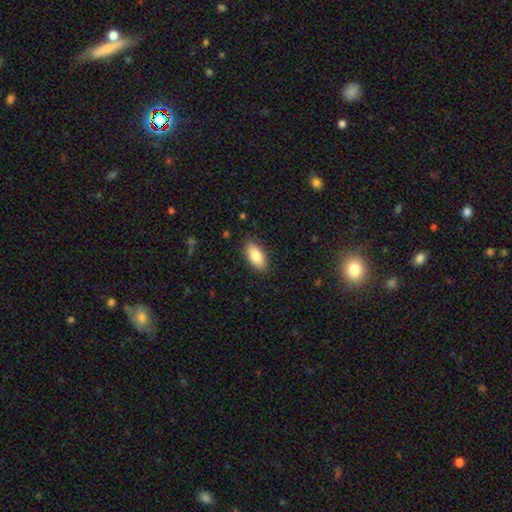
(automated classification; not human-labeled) A smooth galaxy with no disk features (84%) that is in between round and cigar-shaped (91%).

Vote fractions:
- Smooth or featured? smooth: 84% / featured or disk: 10% / star or artifact: 7%
- How rounded? in between: 91% / cigar-shaped: 6% / round: 3%
- Merging? none: 87% / minor disturbance: 9% / major disturbance: 2% / merger: 1%